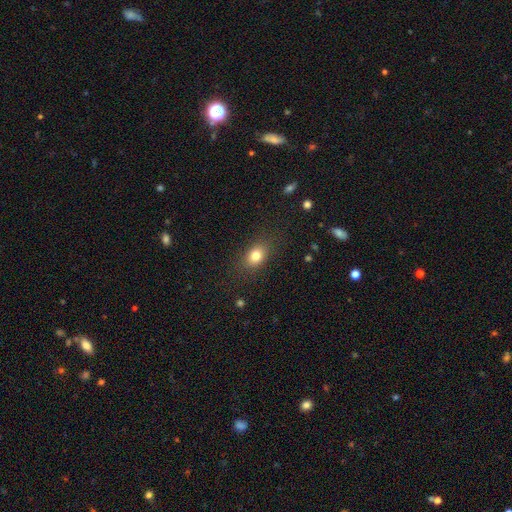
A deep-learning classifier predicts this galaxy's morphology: This is likely a smooth galaxy (80%). How rounded: likely in between (69%). Merging: clearly none (82%).